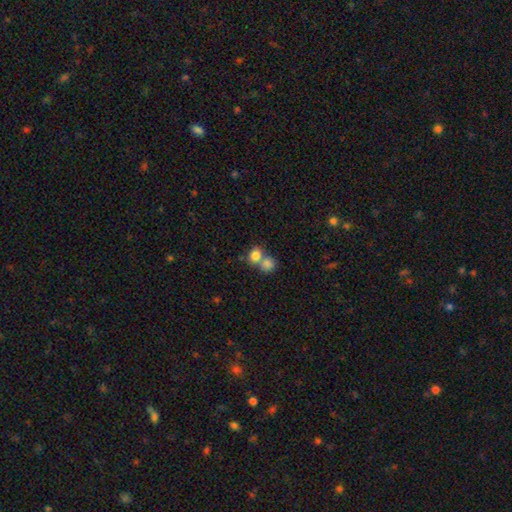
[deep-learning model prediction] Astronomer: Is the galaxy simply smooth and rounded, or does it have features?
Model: smooth — 82%.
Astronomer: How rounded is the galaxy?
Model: round — 71%.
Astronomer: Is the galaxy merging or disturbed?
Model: merger — 51% (runner-up: none, 39%).